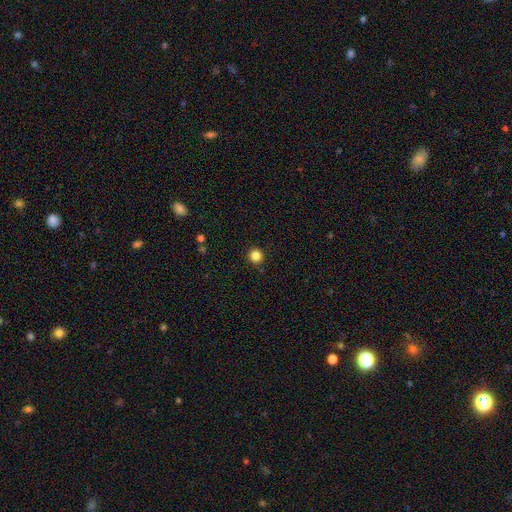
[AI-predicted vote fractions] This appears to be a smooth galaxy with no disk features (84%) that is round (95%). Merging: none (92%).